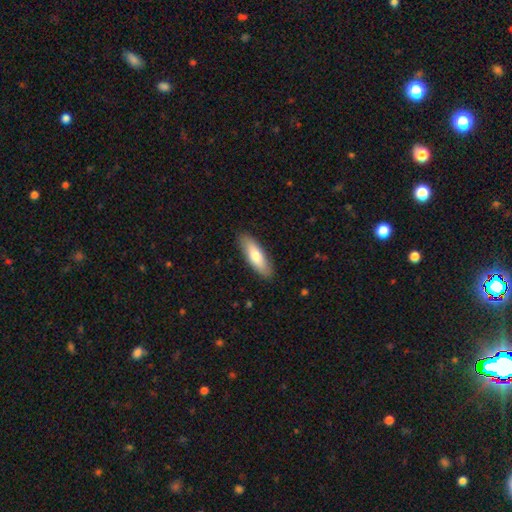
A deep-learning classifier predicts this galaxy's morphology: This is likely a smooth galaxy (72%). How rounded: possibly in between (58%). Merging: clearly none (87%).